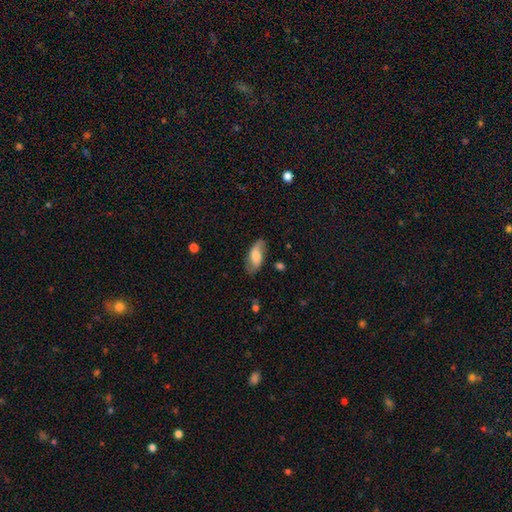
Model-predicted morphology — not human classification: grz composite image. It shows a smooth galaxy with no disk features (54%) that is in between round and cigar-shaped (85%). Merging: none (72%).